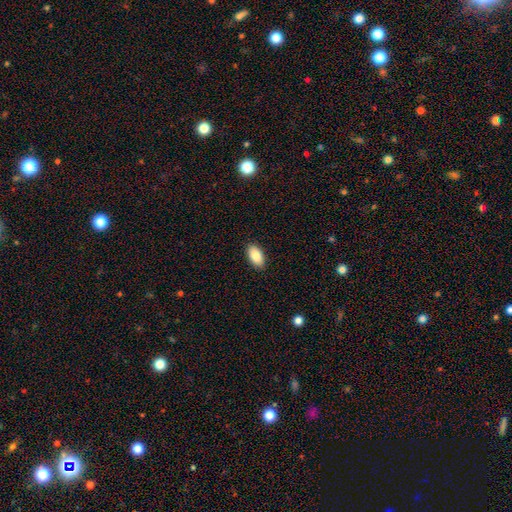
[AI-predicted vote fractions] Smooth or featured?
  - smooth: 86% *
  - featured or disk: 7%
  - star or artifact: 7%
How rounded?
  - in between: 94% *
  - round: 4%
  - cigar-shaped: 2%
Merging?
  - none: 89% *
  - minor disturbance: 8%
  - major disturbance: 2%
  - merger: 1%